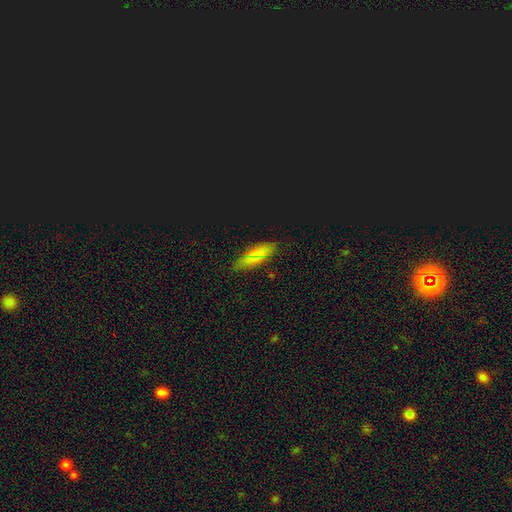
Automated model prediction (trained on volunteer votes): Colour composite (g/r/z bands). It shows a smooth galaxy with no disk features (65%) that is in between round and cigar-shaped (72%). Merging: none (86%).